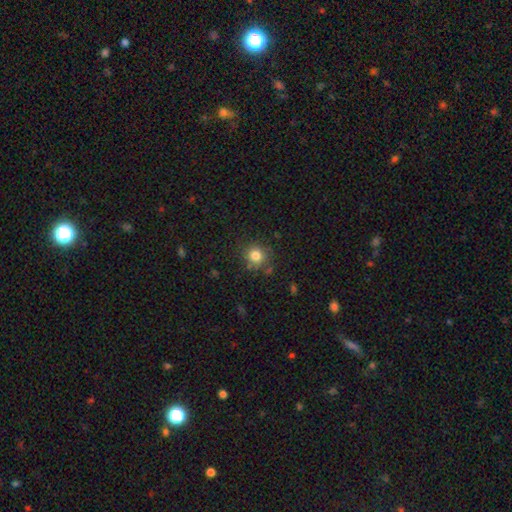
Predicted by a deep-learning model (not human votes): Smooth or featured?
  - smooth: 81% *
  - star or artifact: 12%
  - featured or disk: 7%
How rounded?
  - round: 90% *
  - in between: 9%
  - cigar-shaped: 1%
Merging?
  - none: 80% *
  - minor disturbance: 12%
  - merger: 4%
  - major disturbance: 4%